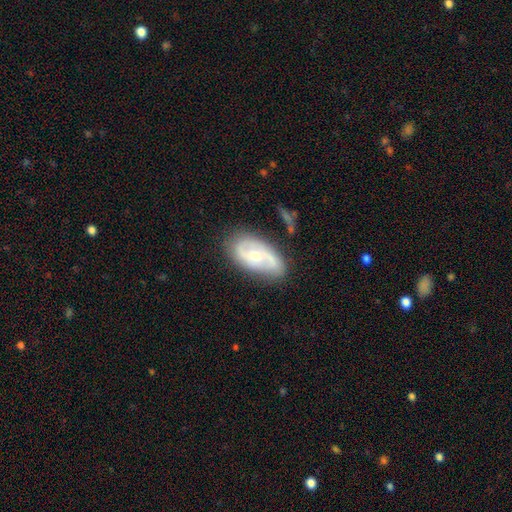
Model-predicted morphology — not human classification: A featured or disk galaxy (73%) with no bar (58%), 2 (74%) medium (43%) spiral arms (85%) and a moderate central bulge (54%).

Vote fractions:
- Smooth or featured? featured or disk: 73% / smooth: 21% / star or artifact: 6%
- Edge-on disk? no: 94% / yes: 6%
- Bar? no: 58% / weak: 34% / strong: 9%
- Spiral arms? yes: 85% / no: 15%
- Spiral winding? medium: 43% / tight: 31% / loose: 26%
- Spiral arm count? 2: 74% / can't tell: 15% / 1: 5% / 3: 3% / 4: 1% / more than 4: 1%
- Bulge size? moderate: 54% / small: 42% / large: 2% / none: 1% / dominant: 1%
- Merging? none: 72% / minor disturbance: 20% / major disturbance: 6% / merger: 3%